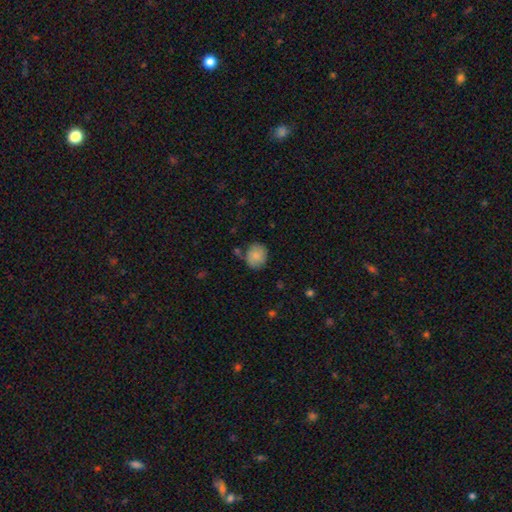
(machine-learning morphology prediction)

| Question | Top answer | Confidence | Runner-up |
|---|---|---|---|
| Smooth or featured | smooth | 85% | star or artifact (7%) |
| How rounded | round | 72% | in between (27%) |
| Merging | none | 75% | minor disturbance (16%) |